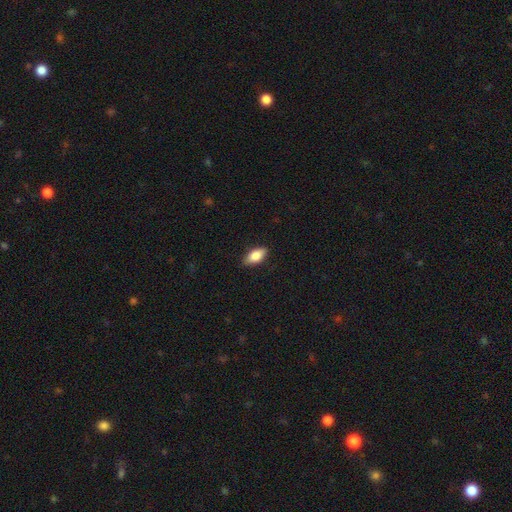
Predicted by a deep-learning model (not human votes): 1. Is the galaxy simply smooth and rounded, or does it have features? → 79% smooth, 15% featured or disk, 7% star or artifact.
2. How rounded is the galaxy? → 87% in between, 9% cigar-shaped, 4% round.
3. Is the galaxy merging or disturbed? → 87% none, 10% minor disturbance, 2% major disturbance, 1% merger.